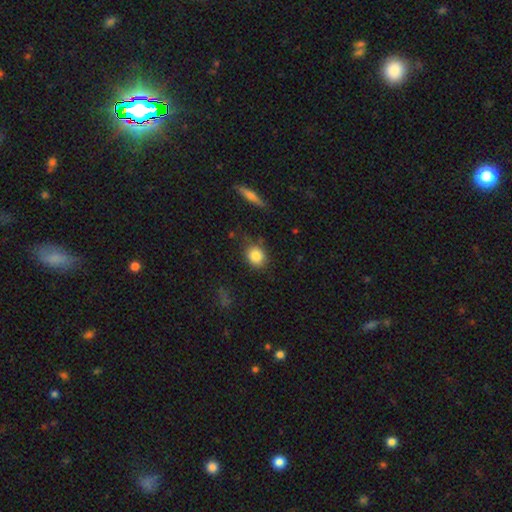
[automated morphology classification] Smooth or featured? Predicted: smooth (p=0.84). How rounded? Predicted: round (p=0.70). Merging? Predicted: none (p=0.74).